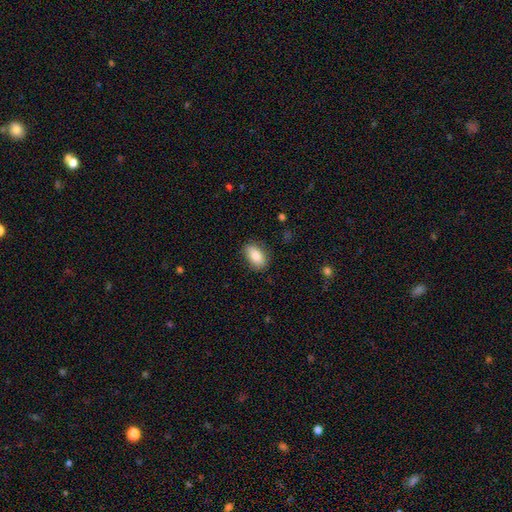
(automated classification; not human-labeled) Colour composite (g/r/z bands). It shows a smooth galaxy with no disk features (84%) that is in between round and cigar-shaped (90%). Merging: none (85%).